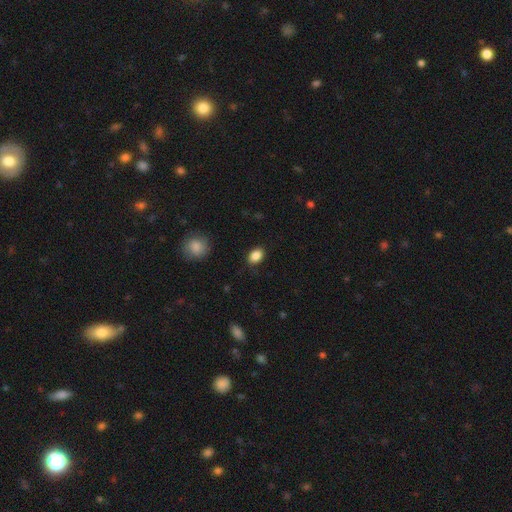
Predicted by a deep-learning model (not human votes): This appears to be a smooth galaxy with no disk features (87%) that is in between round and cigar-shaped (74%). Merging: none (85%).